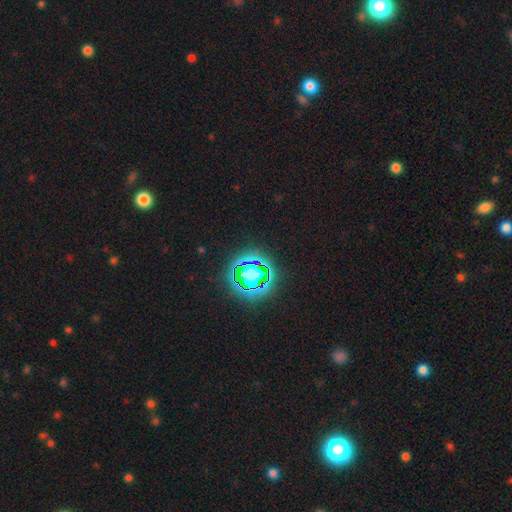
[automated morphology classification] Smooth or featured: star or artifact — 82% (smooth — 12%)